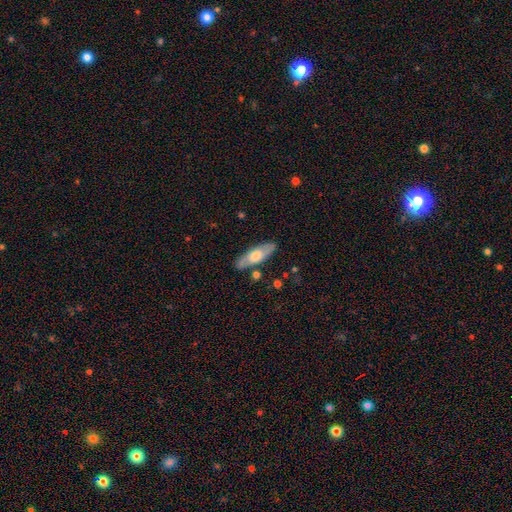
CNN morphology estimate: Smooth or featured?
  - smooth: 52% *
  - featured or disk: 43%
  - star or artifact: 6%
How rounded?
  - in between: 55% *
  - cigar-shaped: 43%
  - round: 2%
Merging?
  - none: 83% *
  - minor disturbance: 11%
  - merger: 3%
  - major disturbance: 2%